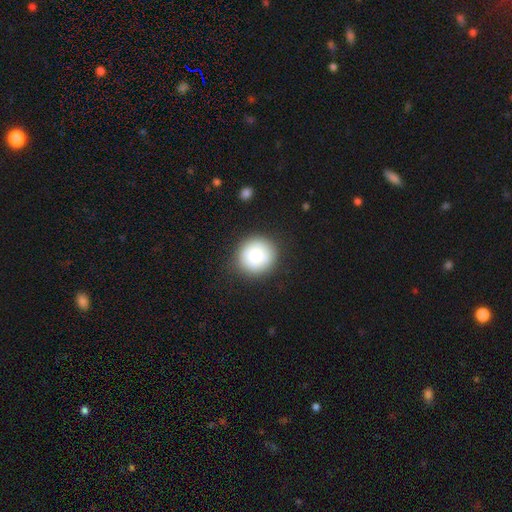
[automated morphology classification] This appears to be a smooth galaxy with no disk features (84%) that is round (90%). Merging: none (87%).